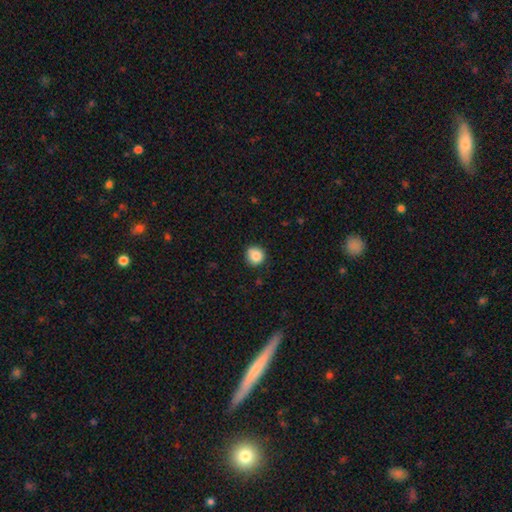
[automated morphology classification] This is clearly a smooth galaxy (85%). How rounded: clearly round (93%). Merging: likely none (80%).